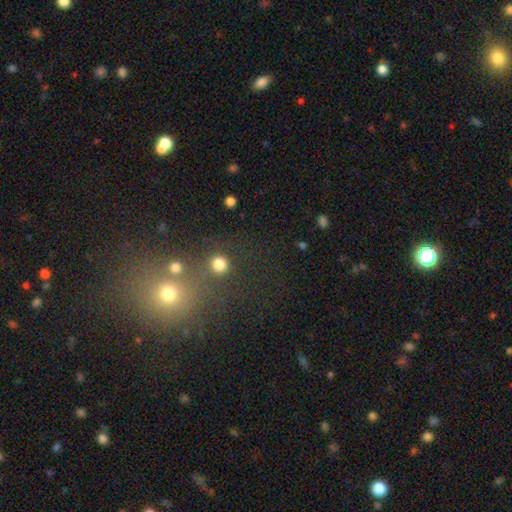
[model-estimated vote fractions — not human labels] Smooth or featured? Predicted: star or artifact (p=0.47).